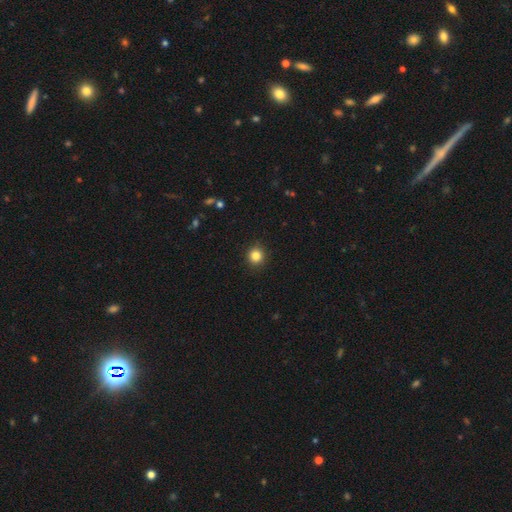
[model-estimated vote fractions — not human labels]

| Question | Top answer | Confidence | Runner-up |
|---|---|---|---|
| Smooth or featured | smooth | 84% | star or artifact (11%) |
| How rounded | round | 91% | in between (8%) |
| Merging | none | 92% | minor disturbance (6%) |